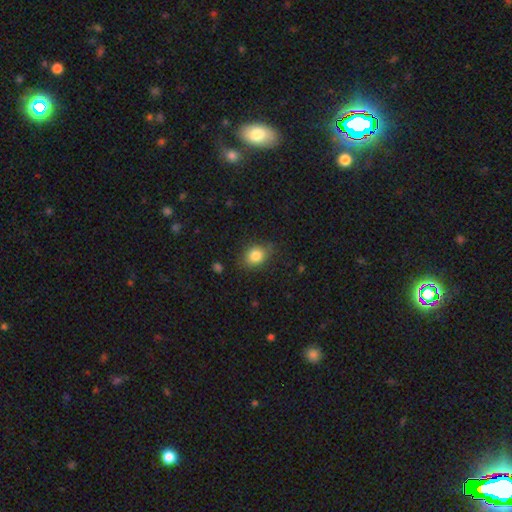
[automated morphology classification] smooth_or_featured: smooth (p=0.83) [alt: star or artifact p=0.09]
how_rounded: in between (p=0.56) [alt: round p=0.43]
merging: none (p=0.76) [alt: minor disturbance p=0.19]